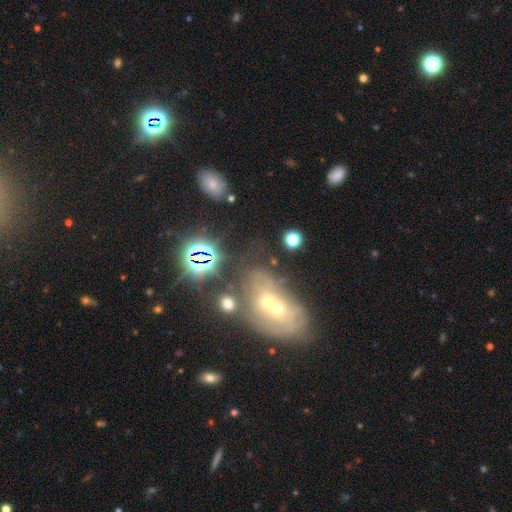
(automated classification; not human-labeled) Smooth or featured? Predicted: featured or disk (p=0.55). Edge-on disk? Predicted: no (p=0.88). Merging? Predicted: none (p=0.54).